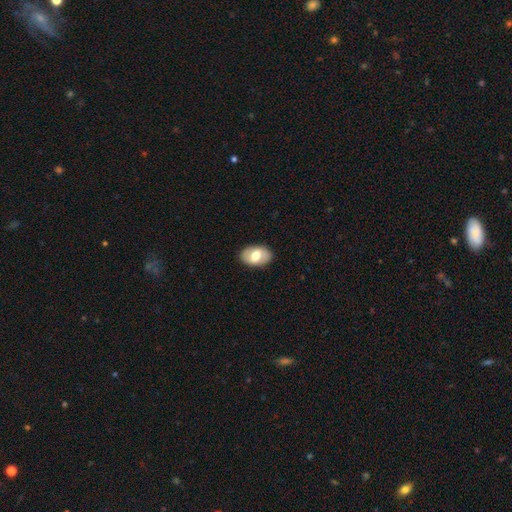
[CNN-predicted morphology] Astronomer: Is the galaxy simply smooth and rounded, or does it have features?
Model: smooth — 60%.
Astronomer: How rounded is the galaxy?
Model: in between — 87%.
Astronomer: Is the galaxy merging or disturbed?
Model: none — 87%.